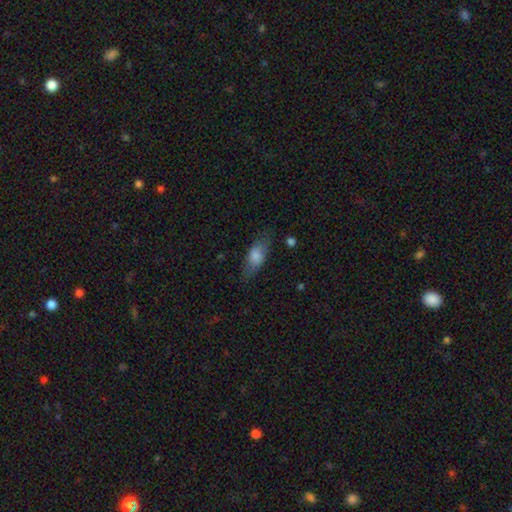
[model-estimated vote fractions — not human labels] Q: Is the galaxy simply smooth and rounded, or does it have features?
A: smooth — 72%.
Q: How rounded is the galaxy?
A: in between — 76%.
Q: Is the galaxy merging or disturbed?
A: none — 75%.